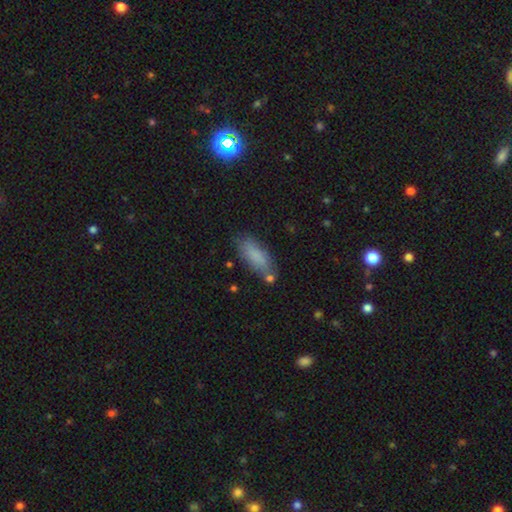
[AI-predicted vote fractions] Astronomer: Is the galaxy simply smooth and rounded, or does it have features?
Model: smooth — 83%.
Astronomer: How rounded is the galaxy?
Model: in between — 71%.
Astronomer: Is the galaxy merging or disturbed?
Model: none — 71%.